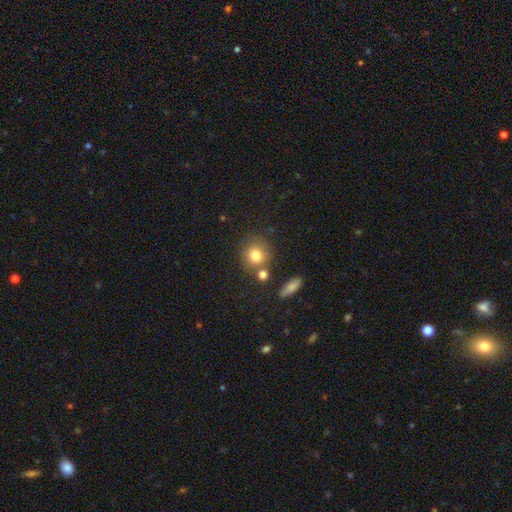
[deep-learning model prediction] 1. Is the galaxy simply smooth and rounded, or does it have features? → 80% smooth, 10% star or artifact, 10% featured or disk.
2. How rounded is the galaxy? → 85% round, 14% in between, 1% cigar-shaped.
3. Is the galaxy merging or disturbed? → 66% none, 18% merger, 12% minor disturbance, 4% major disturbance.